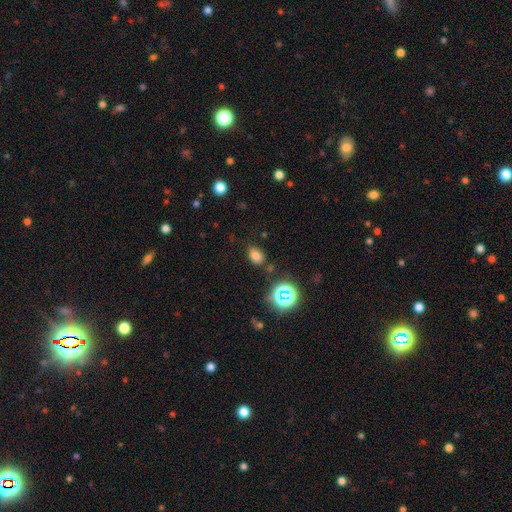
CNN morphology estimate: Q: Smooth or featured?
A: smooth (73%); runner-up: star or artifact (20%)
Q: How rounded?
A: in between (72%); runner-up: round (27%)
Q: Merging?
A: none (80%); runner-up: minor disturbance (13%)